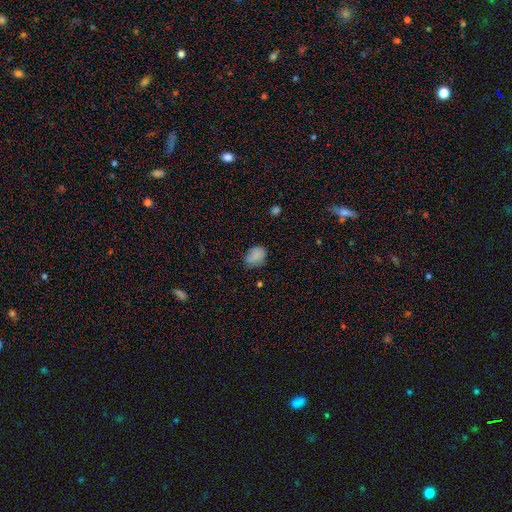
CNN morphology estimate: smooth-or-featured: smooth: 81% | star or artifact: 10% | featured or disk: 9%
  how-rounded: in between: 60% | round: 39% | cigar-shaped: 1%
  merging: none: 68% | minor disturbance: 25% | major disturbance: 6% | merger: 2%